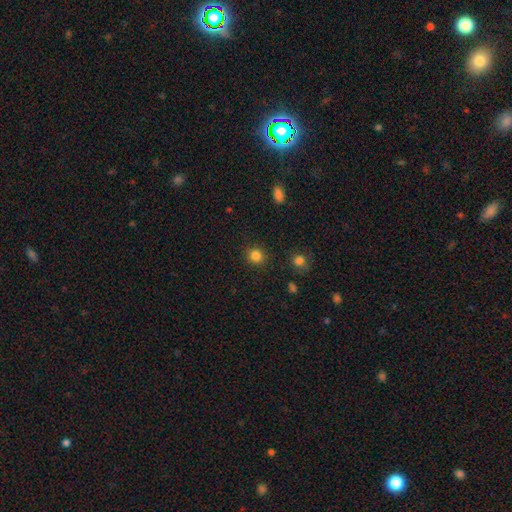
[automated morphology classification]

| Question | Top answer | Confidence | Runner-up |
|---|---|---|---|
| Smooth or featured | smooth | 85% | star or artifact (12%) |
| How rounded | round | 88% | in between (11%) |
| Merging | none | 90% | minor disturbance (6%) |